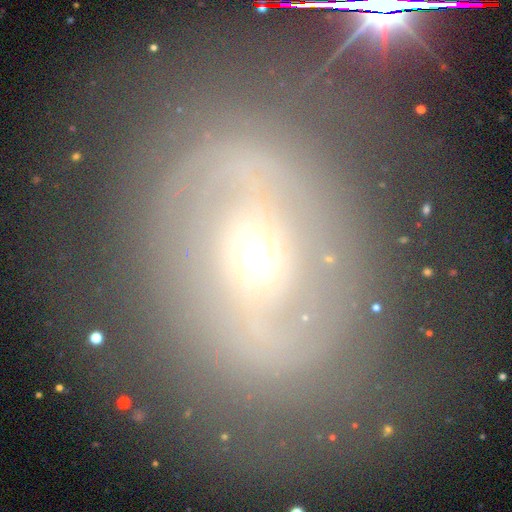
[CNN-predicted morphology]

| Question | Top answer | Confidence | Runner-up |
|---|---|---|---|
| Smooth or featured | featured or disk | 73% | smooth (17%) |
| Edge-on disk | no | 95% | yes (5%) |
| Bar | no | 42% | weak (34%) |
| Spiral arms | yes | 68% | no (32%) |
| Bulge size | small | 73% | moderate (22%) |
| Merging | none | 72% | minor disturbance (15%) |